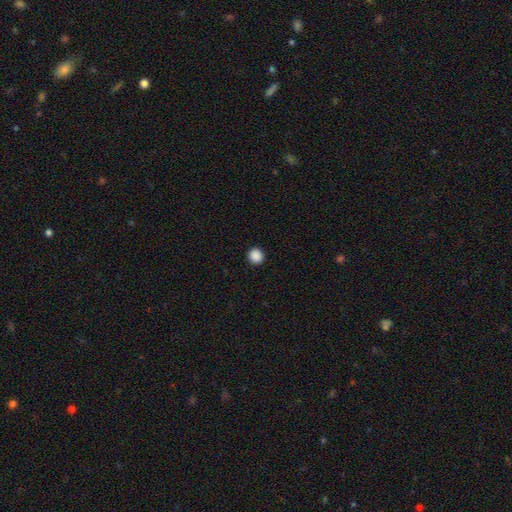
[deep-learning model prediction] Overall: smooth (88%). How rounded: round (94%). Merging: none (94%).